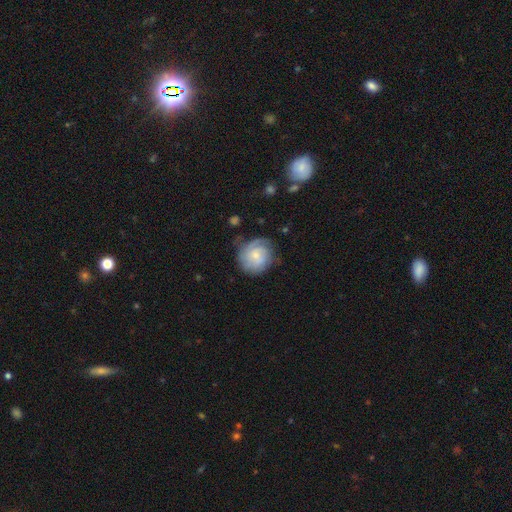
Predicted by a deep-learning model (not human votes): This appears to be a featured or disk galaxy (56%) with no bar (70%), spiral arms (86%) and a small central bulge (62%). Merging: none (65%).